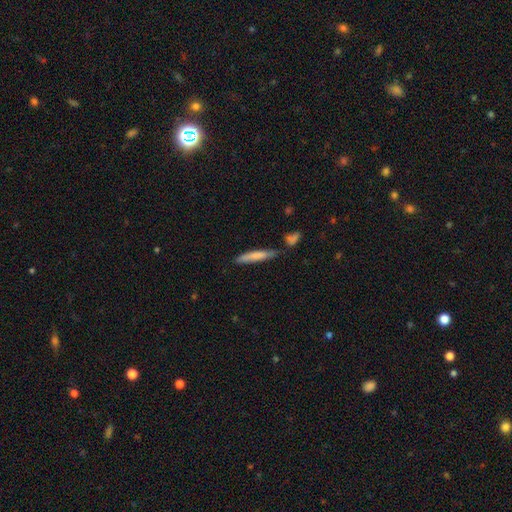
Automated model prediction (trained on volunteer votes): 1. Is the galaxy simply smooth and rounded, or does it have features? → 75% smooth, 19% featured or disk, 6% star or artifact.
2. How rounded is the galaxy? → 91% cigar-shaped, 8% in between, 1% round.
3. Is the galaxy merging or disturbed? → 65% none, 18% minor disturbance, 12% merger, 5% major disturbance.